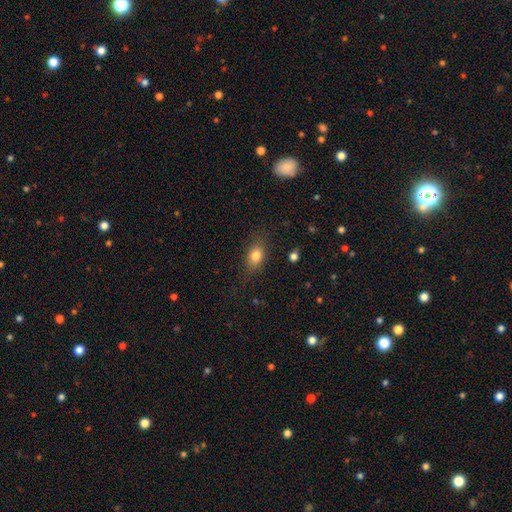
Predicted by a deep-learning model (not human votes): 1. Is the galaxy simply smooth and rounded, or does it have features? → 80% smooth, 10% featured or disk, 10% star or artifact.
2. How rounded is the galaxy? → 74% in between, 21% round, 5% cigar-shaped.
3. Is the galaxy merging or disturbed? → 77% none, 16% minor disturbance, 5% major disturbance, 1% merger.